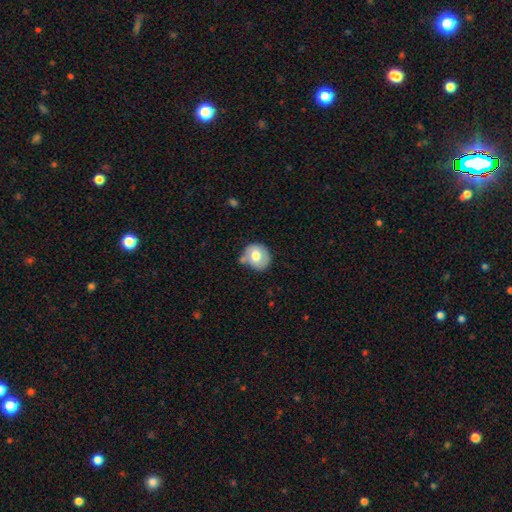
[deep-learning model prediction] Overall: smooth (66%; featured or disk 27%). How rounded: round (74%). Merging: none (54%; minor disturbance 27%).